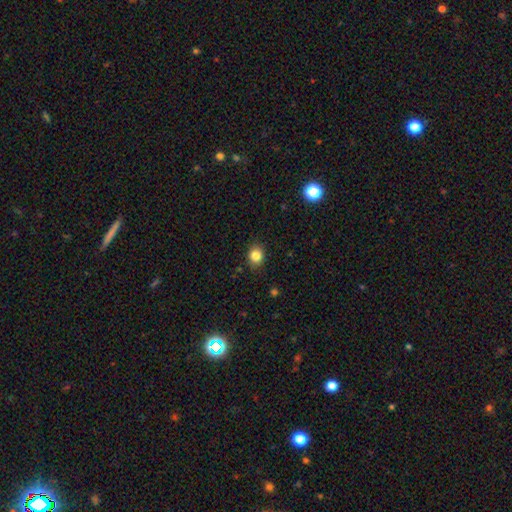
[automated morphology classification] Smooth or featured: smooth — 84% (star or artifact — 11%)
How rounded: round — 70% (in between — 29%)
Merging: none — 87% (minor disturbance — 9%)